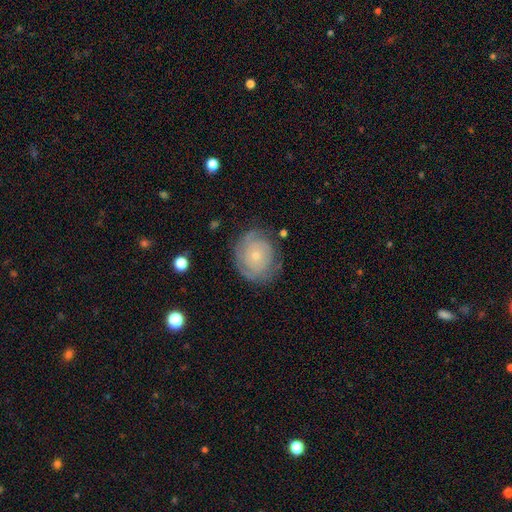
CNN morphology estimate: Smooth or featured: featured or disk — 69% (smooth — 24%)
Edge-on disk: no — 97% (yes — 3%)
Bar: no — 85% (weak — 13%)
Spiral arms: yes — 86% (no — 14%)
Spiral winding: tight — 74% (medium — 20%)
Spiral arm count: can't tell — 41% (2 — 30%)
Bulge size: small — 79% (moderate — 17%)
Merging: none — 75% (minor disturbance — 17%)